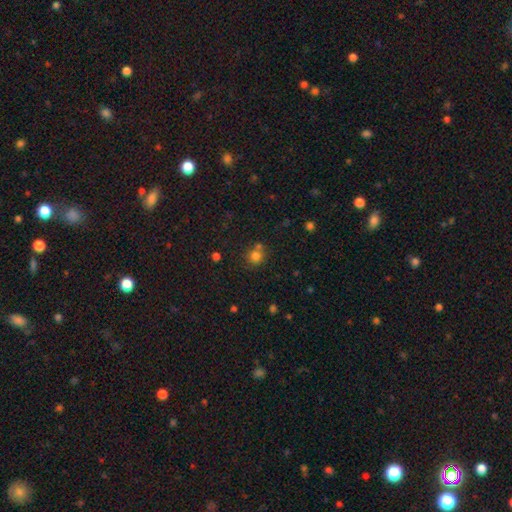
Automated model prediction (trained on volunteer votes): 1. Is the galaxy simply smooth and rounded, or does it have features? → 78% smooth, 15% star or artifact, 7% featured or disk.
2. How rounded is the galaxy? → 87% round, 12% in between, 1% cigar-shaped.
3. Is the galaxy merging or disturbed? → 62% none, 24% merger, 10% minor disturbance, 4% major disturbance.